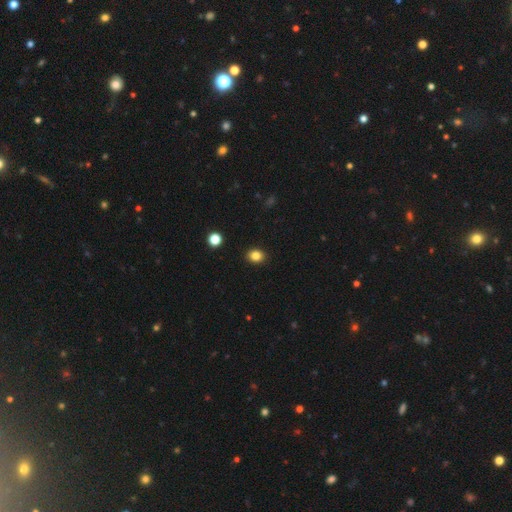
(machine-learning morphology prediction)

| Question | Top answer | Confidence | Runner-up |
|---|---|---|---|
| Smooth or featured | smooth | 84% | star or artifact (11%) |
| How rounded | round | 57% | in between (42%) |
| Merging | none | 91% | minor disturbance (6%) |